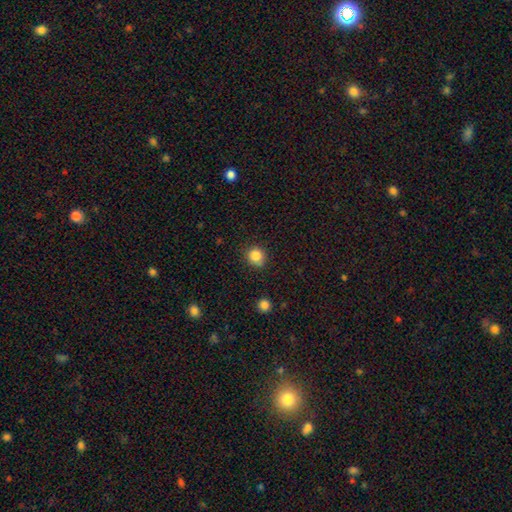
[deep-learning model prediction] This is clearly a smooth galaxy (85%). How rounded: clearly round (84%). Merging: clearly none (80%).